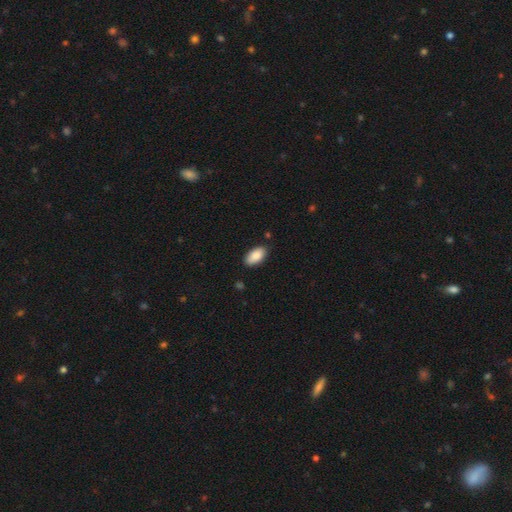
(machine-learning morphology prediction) The model was most divided on "merging": none: 84%, minor disturbance: 12%, major disturbance: 2%, merger: 2%. More confident: how rounded — in between (95%); smooth or featured — smooth (89%).